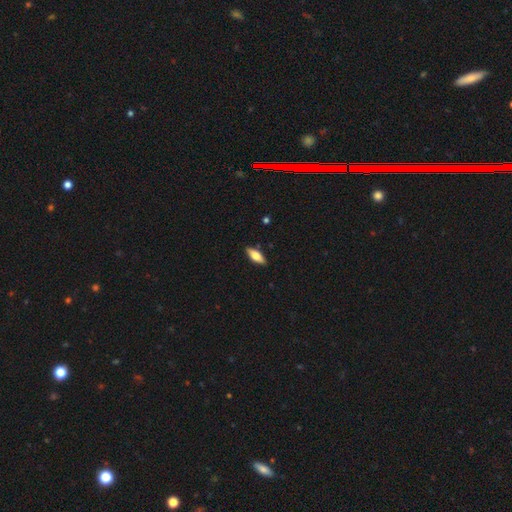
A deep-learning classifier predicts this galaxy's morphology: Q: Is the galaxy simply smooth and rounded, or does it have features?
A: smooth — 61%.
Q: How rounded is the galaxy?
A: in between — 69%.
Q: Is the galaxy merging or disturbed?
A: none — 87%.